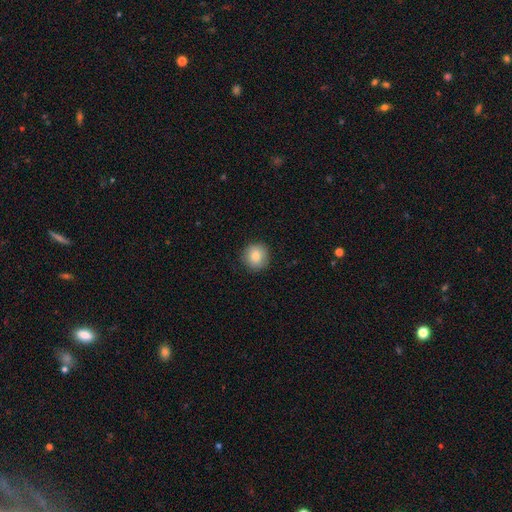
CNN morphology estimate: smooth-or-featured: smooth: 85% | star or artifact: 8% | featured or disk: 7%
  how-rounded: round: 91% | in between: 8% | cigar-shaped: 1%
  merging: none: 89% | minor disturbance: 8% | major disturbance: 2% | merger: 1%